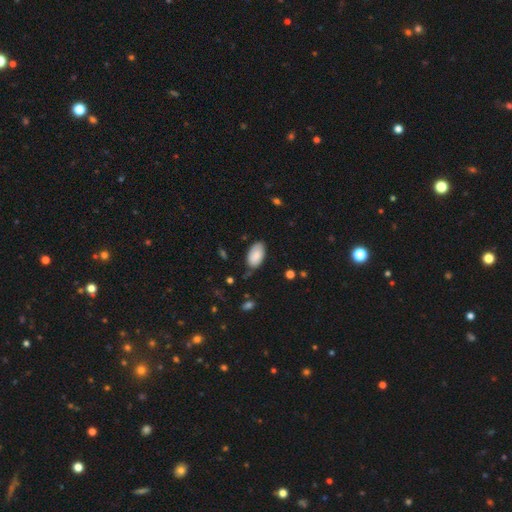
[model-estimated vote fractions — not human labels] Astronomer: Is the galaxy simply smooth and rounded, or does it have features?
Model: smooth — 85%.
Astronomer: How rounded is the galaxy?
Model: in between — 95%.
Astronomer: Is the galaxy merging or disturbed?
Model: none — 74%.